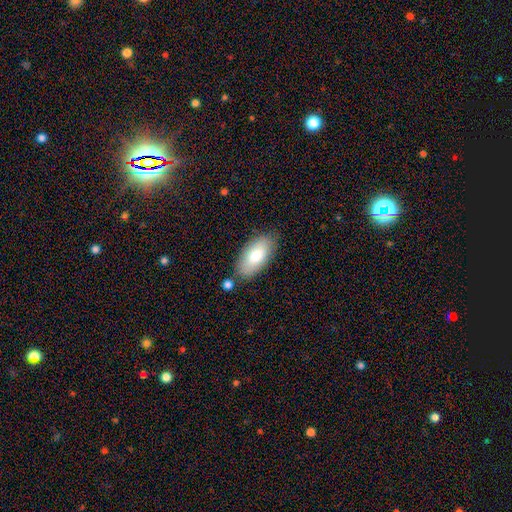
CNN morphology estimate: smooth 78%, featured or disk 15%, star or artifact 6%. Down the decision tree: how rounded — in between (92%); merging — none (79%).